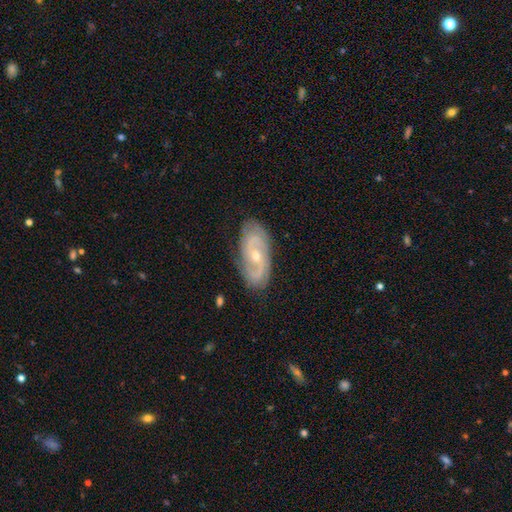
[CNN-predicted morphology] Smooth or featured? Predicted: featured or disk (p=0.84). Edge-on disk? Predicted: no (p=0.94). Bar? Predicted: no (p=0.51). Spiral arms? Predicted: yes (p=0.93). Spiral winding? Predicted: tight (p=0.43). Spiral arm count? Predicted: 2 (p=0.74). Bulge size? Predicted: moderate (p=0.51). Merging? Predicted: none (p=0.80).